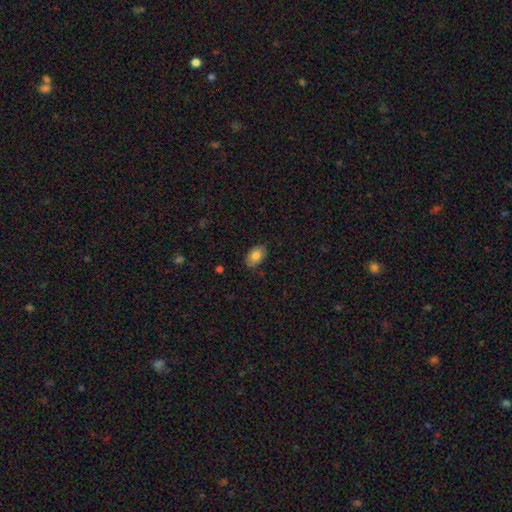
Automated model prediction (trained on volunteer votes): A smooth galaxy with no disk features (81%) that is in between round and cigar-shaped (90%).

Vote fractions:
- Smooth or featured? smooth: 81% / featured or disk: 12% / star or artifact: 7%
- How rounded? in between: 90% / round: 9% / cigar-shaped: 1%
- Merging? none: 81% / minor disturbance: 15% / major disturbance: 3% / merger: 1%